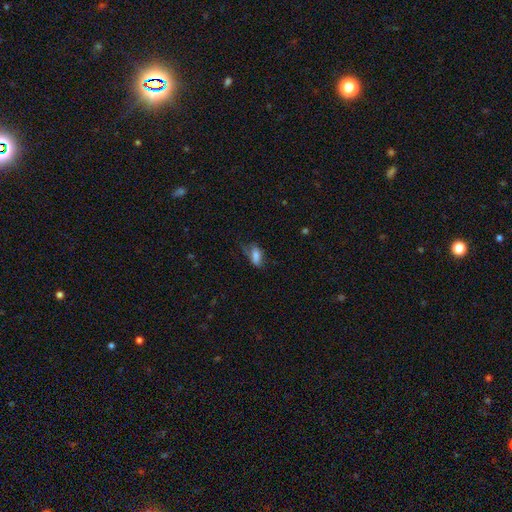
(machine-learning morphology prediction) This appears to be a smooth galaxy with no disk features (75%) that is in between round and cigar-shaped (85%). Merging: none (43%).